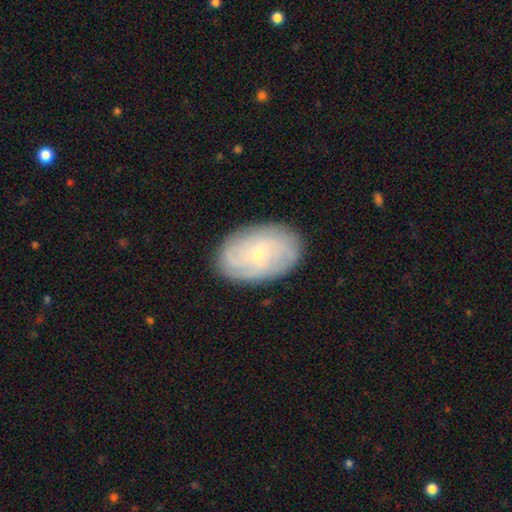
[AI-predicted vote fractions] smooth-or-featured: featured or disk: 59% | smooth: 32% | star or artifact: 8%
  disk-edge-on: no: 95% | yes: 5%
    bar: no: 62% | weak: 32% | strong: 6%
    has-spiral-arms: yes: 85% | no: 15%
    bulge-size: small: 71% | moderate: 24% | none: 2% | large: 2% | dominant: 1%
  merging: none: 84% | minor disturbance: 12% | major disturbance: 3% | merger: 1%